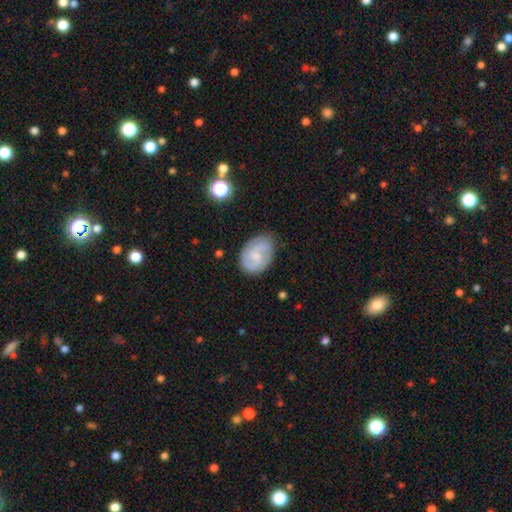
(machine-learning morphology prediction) Smooth or featured?
  - featured or disk: 68% *
  - smooth: 26%
  - star or artifact: 6%
Edge-on disk?
  - no: 98% *
  - yes: 2%
Bar?
  - weak: 51% *
  - no: 40%
  - strong: 9%
Spiral arms?
  - yes: 91% *
  - no: 9%
Spiral winding?
  - medium: 47% *
  - tight: 33%
  - loose: 19%
Spiral arm count?
  - 2: 77% *
  - can't tell: 12%
  - 3: 5%
  - 1: 3%
  - 4: 1%
  - more than 4: 1%
Bulge size?
  - small: 55% *
  - moderate: 27%
  - none: 15%
  - large: 2%
  - dominant: 1%
Merging?
  - none: 76% *
  - minor disturbance: 18%
  - major disturbance: 5%
  - merger: 2%